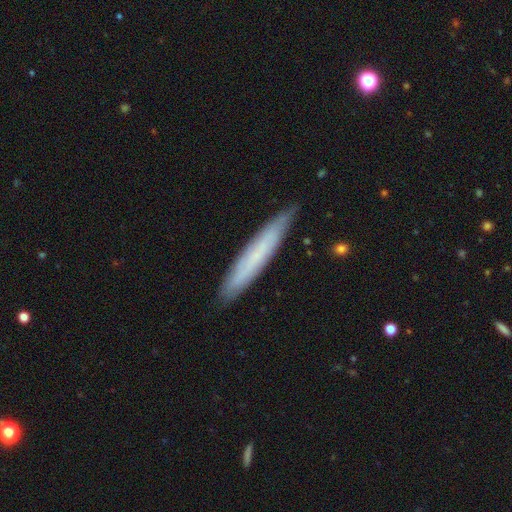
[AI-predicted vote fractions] Morphology: type=smooth (57%); roundness=cigar-shaped (93%); merging=none (86%).